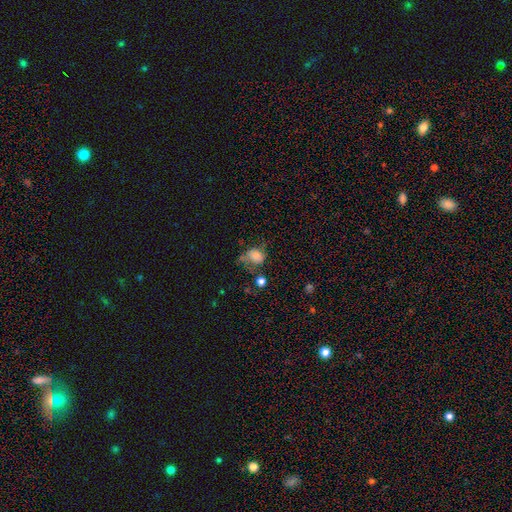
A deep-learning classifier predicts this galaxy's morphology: Smooth or featured? Predicted: smooth (p=0.65). How rounded? Predicted: round (p=0.50). Merging? Predicted: none (p=0.37).